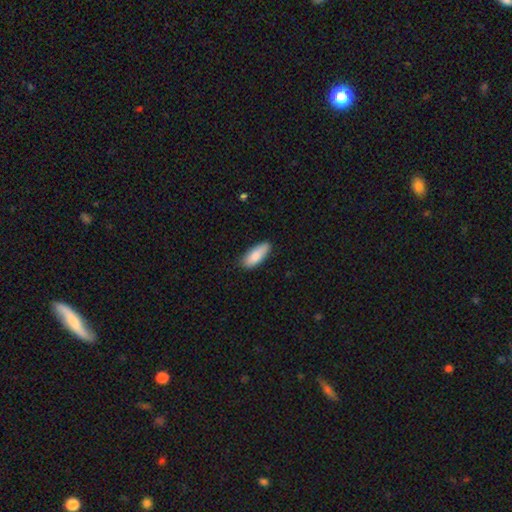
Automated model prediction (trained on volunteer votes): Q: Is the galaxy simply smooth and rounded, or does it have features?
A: smooth — 85%.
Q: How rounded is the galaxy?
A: in between — 74%.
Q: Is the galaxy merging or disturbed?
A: none — 83%.